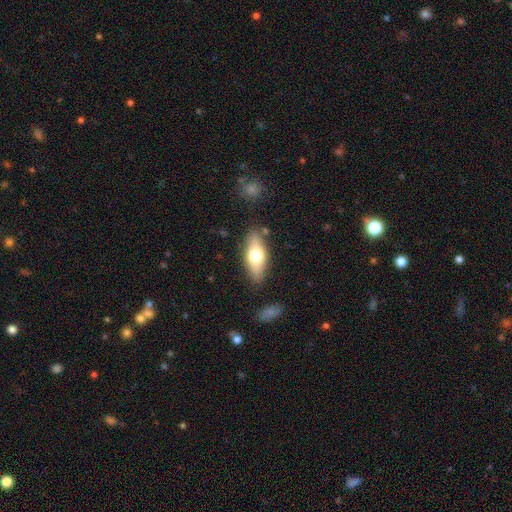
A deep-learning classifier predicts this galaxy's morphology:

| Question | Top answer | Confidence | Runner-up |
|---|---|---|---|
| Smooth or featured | smooth | 61% | featured or disk (32%) |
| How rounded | in between | 73% | cigar-shaped (24%) |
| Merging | none | 83% | minor disturbance (12%) |